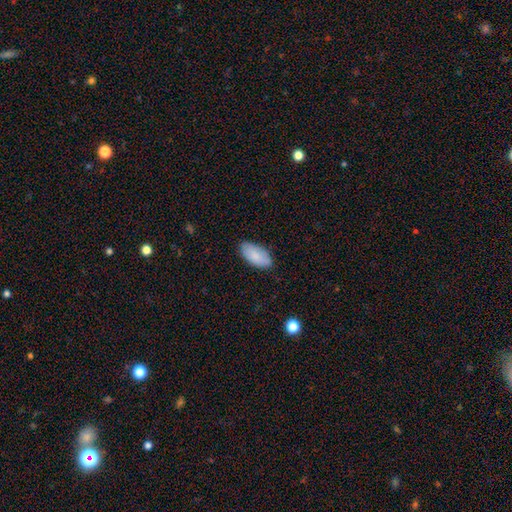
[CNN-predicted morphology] A smooth galaxy with no disk features (86%) that is in between round and cigar-shaped (95%). Merging: none (82%).